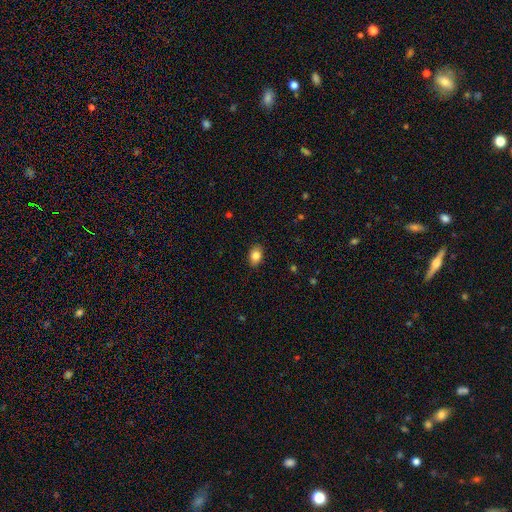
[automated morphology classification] smooth-or-featured: smooth: 84% | star or artifact: 9% | featured or disk: 8%
  how-rounded: in between: 81% | round: 18% | cigar-shaped: 1%
  merging: none: 87% | minor disturbance: 10% | major disturbance: 2% | merger: 1%